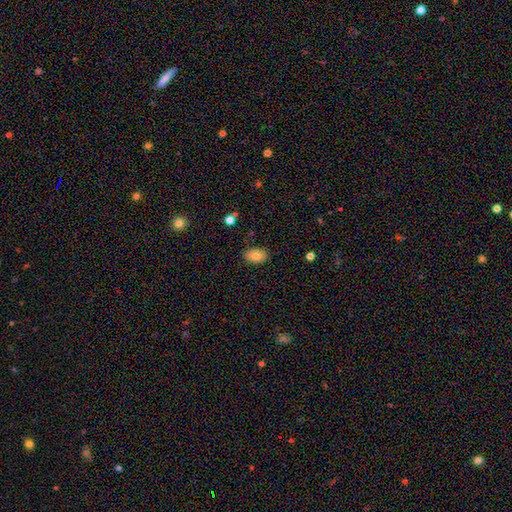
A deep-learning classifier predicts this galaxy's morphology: type=smooth (81%); roundness=in between (88%); merging=none (85%).